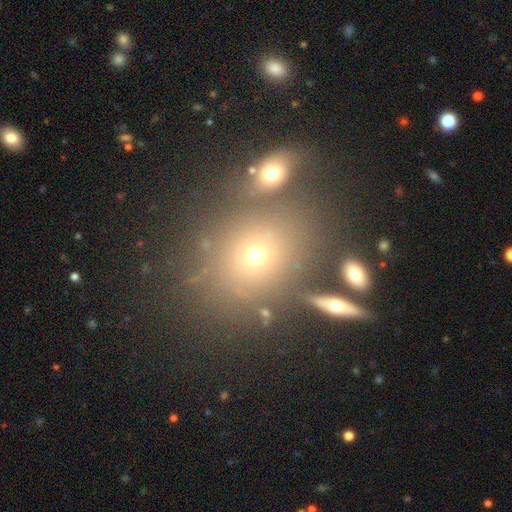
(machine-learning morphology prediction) smooth 66%, star or artifact 19%, featured or disk 15%. Down the decision tree: how rounded — round (60%); merging — none (71%).